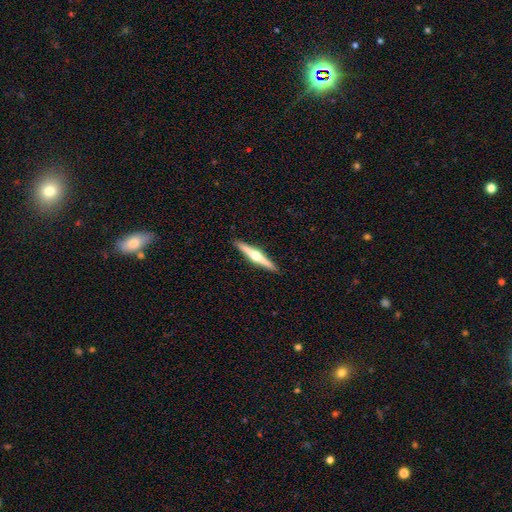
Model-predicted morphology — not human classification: The model was most divided on "smooth or featured": featured or disk: 75%, smooth: 20%, star or artifact: 5%. More confident: edge-on disk — yes (98%); edge-on bulge — rounded (95%); merging — none (92%).